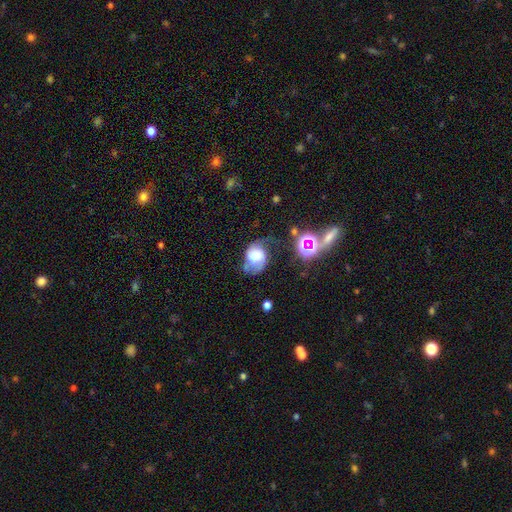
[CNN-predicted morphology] smooth-or-featured: smooth: 47% | featured or disk: 40% | star or artifact: 13%
  merging: none: 32% (tied) | minor disturbance: 32% (tied) | major disturbance: 28% | merger: 8%